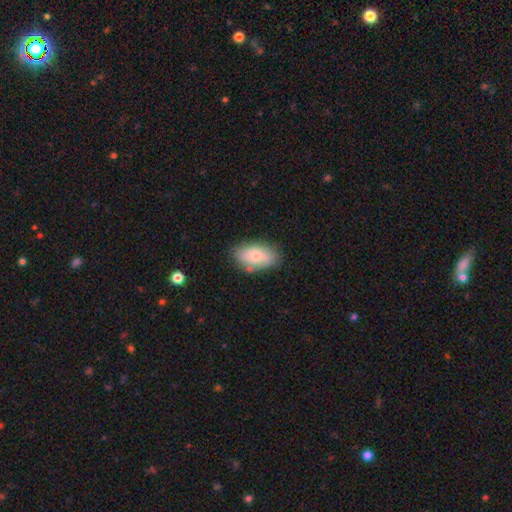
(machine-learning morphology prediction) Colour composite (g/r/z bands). It shows a smooth galaxy with no disk features (67%) that is in between round and cigar-shaped (92%). Merging: none (71%).